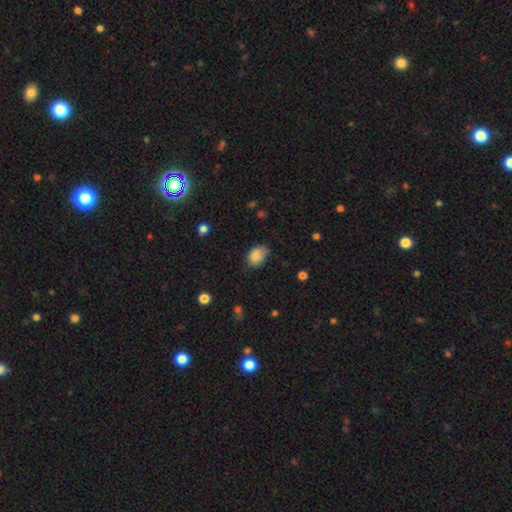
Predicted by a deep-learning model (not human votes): Smooth or featured? Predicted: smooth (p=0.81). How rounded? Predicted: in between (p=0.77). Merging? Predicted: none (p=0.61).